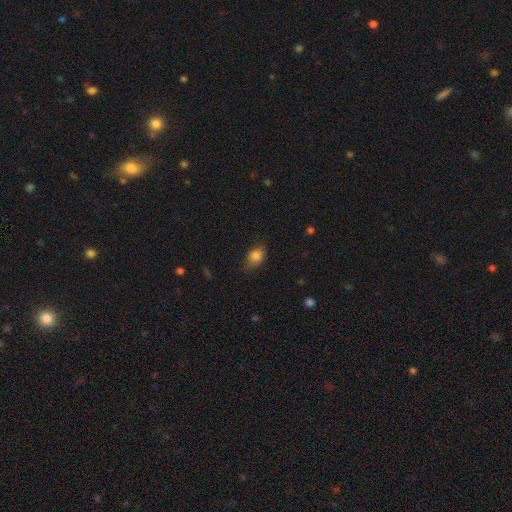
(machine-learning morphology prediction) This is clearly a smooth galaxy (85%). How rounded: likely in between (68%). Merging: likely none (75%).